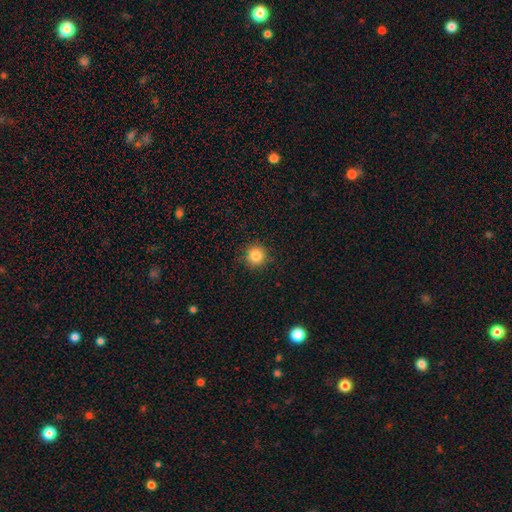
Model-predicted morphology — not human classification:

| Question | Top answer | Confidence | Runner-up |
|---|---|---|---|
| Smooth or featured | smooth | 84% | star or artifact (11%) |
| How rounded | round | 94% | in between (5%) |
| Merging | none | 89% | minor disturbance (7%) |